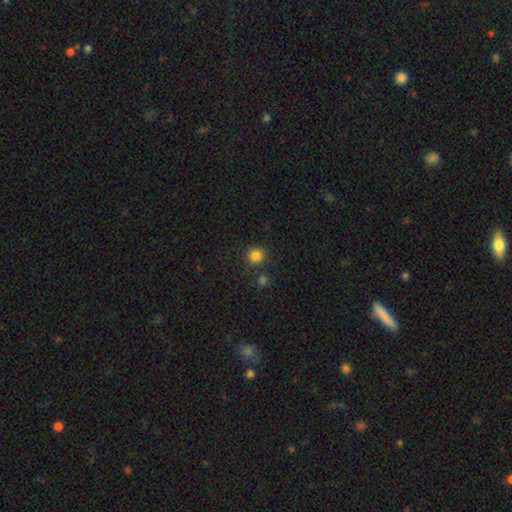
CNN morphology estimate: Overall: smooth (83%). How rounded: round (92%). Merging: none (82%).